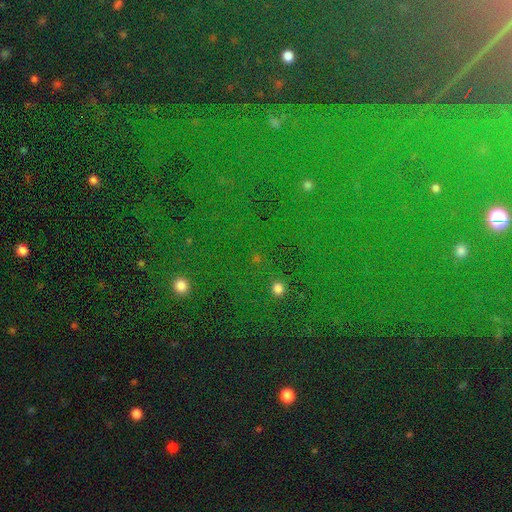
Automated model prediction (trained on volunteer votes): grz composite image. It shows a star or artifact, not a galaxy (81%).